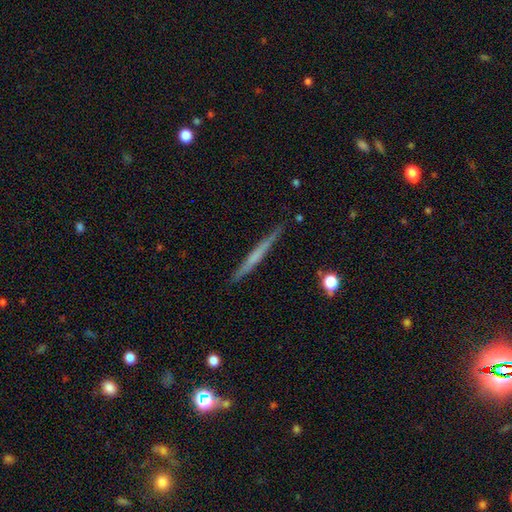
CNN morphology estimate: A featured or disk galaxy (50%) viewed edge-on (97%).

Vote fractions:
- Smooth or featured? featured or disk: 50% / smooth: 43% / star or artifact: 6%
- Edge-on disk? yes: 97% / no: 3%
- Merging? none: 88% / minor disturbance: 9% / major disturbance: 2% / merger: 1%